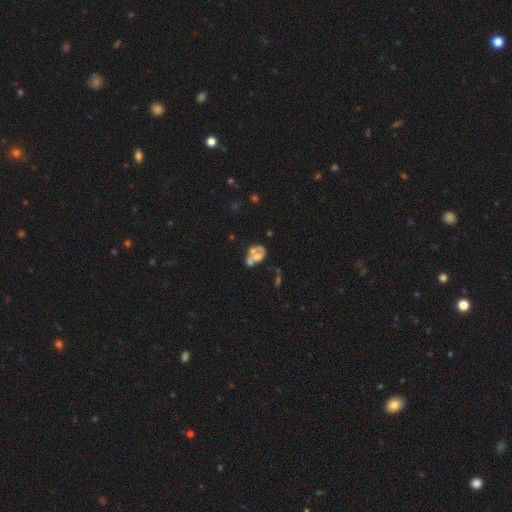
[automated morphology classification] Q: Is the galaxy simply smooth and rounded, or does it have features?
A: featured or disk — 55%.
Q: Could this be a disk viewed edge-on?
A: no — 97%.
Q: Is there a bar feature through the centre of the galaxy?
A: no — 89%.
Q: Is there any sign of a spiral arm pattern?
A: no — 83%.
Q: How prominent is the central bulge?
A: moderate — 39%.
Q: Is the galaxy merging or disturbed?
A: merger — 44%.